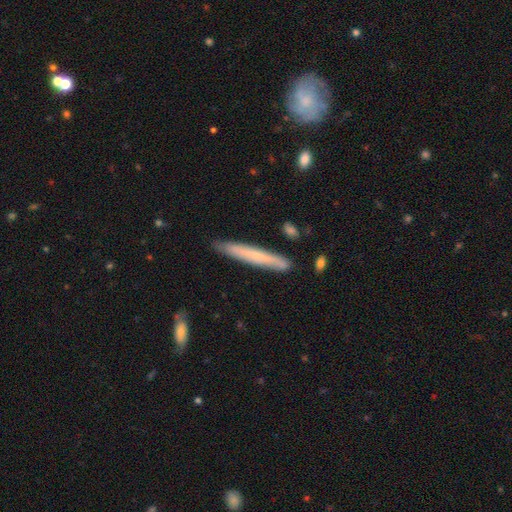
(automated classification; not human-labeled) Smooth or featured: smooth — 57% (featured or disk — 37%)
How rounded: cigar-shaped — 96% (in between — 3%)
Merging: none — 86% (minor disturbance — 11%)